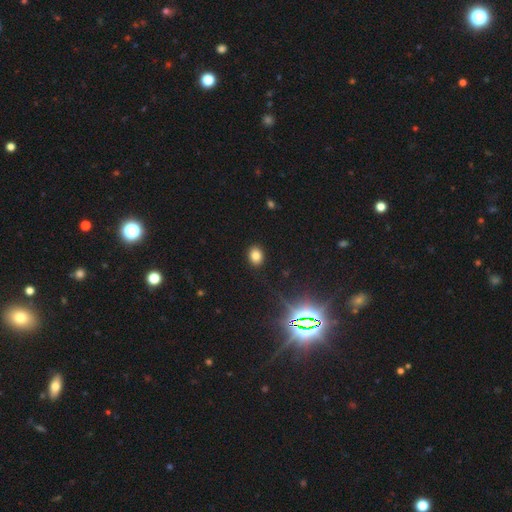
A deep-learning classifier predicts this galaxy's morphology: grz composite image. It shows a smooth galaxy with no disk features (79%) that is in between round and cigar-shaped (53%). Merging: none (90%).